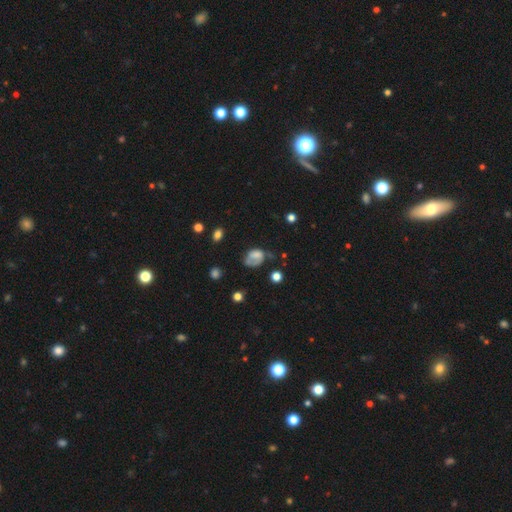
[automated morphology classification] smooth_or_featured: smooth (p=0.56) [alt: featured or disk p=0.32]
how_rounded: in between (p=0.69) [alt: round p=0.29]
merging: major disturbance (p=0.37) [alt: none p=0.29]